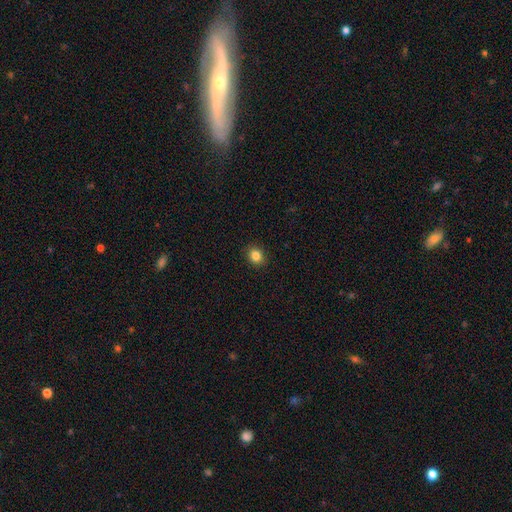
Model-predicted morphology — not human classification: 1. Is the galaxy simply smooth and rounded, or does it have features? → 84% smooth, 11% star or artifact, 5% featured or disk.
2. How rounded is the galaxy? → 68% round, 31% in between, 1% cigar-shaped.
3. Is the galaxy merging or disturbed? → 91% none, 6% minor disturbance, 2% major disturbance, 1% merger.